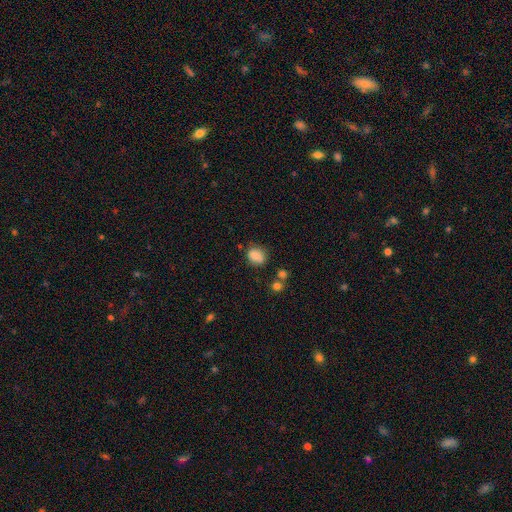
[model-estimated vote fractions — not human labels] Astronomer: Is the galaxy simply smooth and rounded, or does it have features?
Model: smooth — 85%.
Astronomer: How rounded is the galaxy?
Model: in between — 53% (runner-up: round, 46%).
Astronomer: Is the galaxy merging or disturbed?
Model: none — 70%.